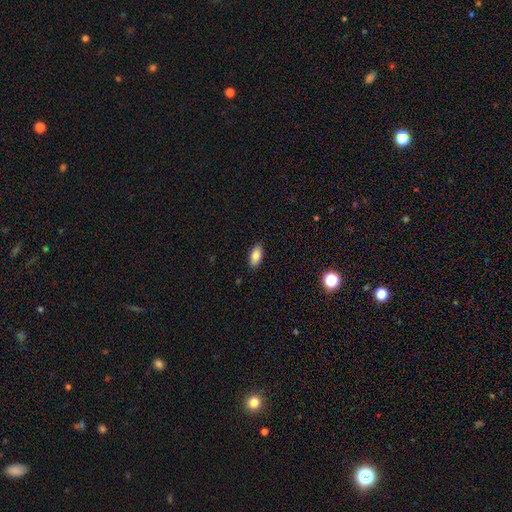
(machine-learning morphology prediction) Smooth or featured?
  - smooth: 87% *
  - star or artifact: 7%
  - featured or disk: 6%
How rounded?
  - in between: 91% *
  - cigar-shaped: 6%
  - round: 2%
Merging?
  - none: 89% *
  - minor disturbance: 8%
  - major disturbance: 2%
  - merger: 1%